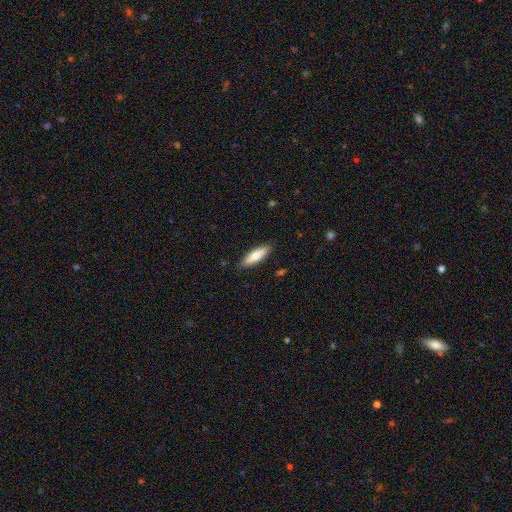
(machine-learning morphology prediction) Smooth or featured? smooth (71%)
How rounded? cigar-shaped (62%)
Merging? none (88%)